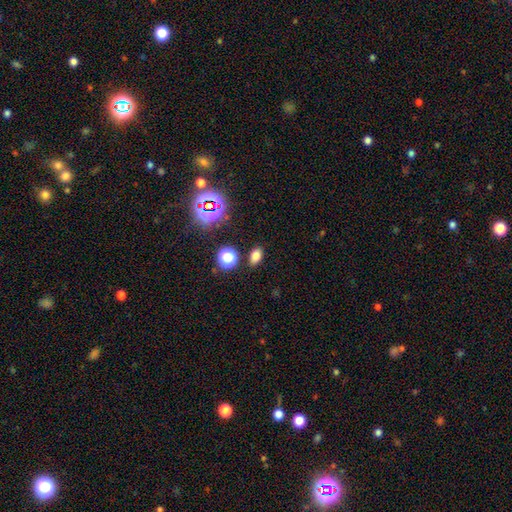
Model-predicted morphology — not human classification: Smooth or featured? Predicted: smooth (p=0.73). How rounded? Predicted: in between (p=0.81). Merging? Predicted: none (p=0.85).